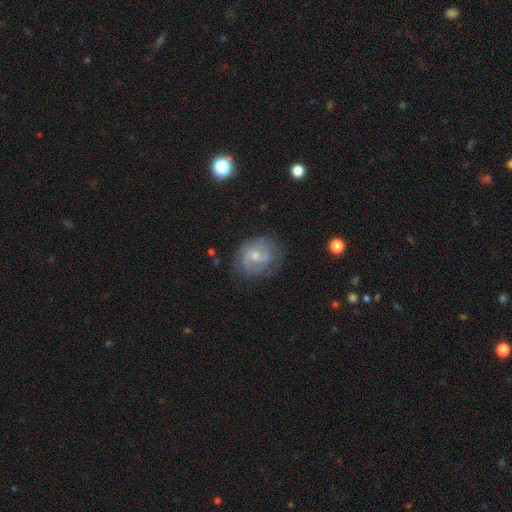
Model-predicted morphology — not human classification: Smooth or featured: featured or disk — 68% (smooth — 25%)
Edge-on disk: no — 97% (yes — 3%)
Bar: no — 55% (weak — 38%)
Spiral arms: yes — 81% (no — 19%)
Spiral winding: medium — 42% (tight — 40%)
Spiral arm count: 2 — 49% (can't tell — 30%)
Bulge size: small — 55% (moderate — 39%)
Merging: none — 64% (minor disturbance — 23%)